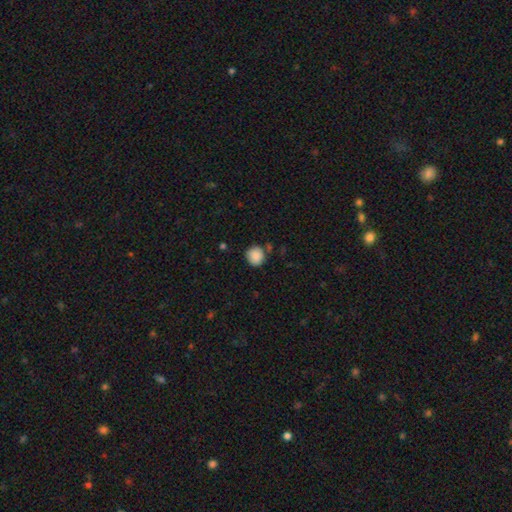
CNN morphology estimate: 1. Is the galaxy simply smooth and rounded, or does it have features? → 87% smooth, 8% star or artifact, 5% featured or disk.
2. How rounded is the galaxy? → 89% round, 10% in between, 1% cigar-shaped.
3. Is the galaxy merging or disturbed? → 78% none, 14% minor disturbance, 5% merger, 3% major disturbance.